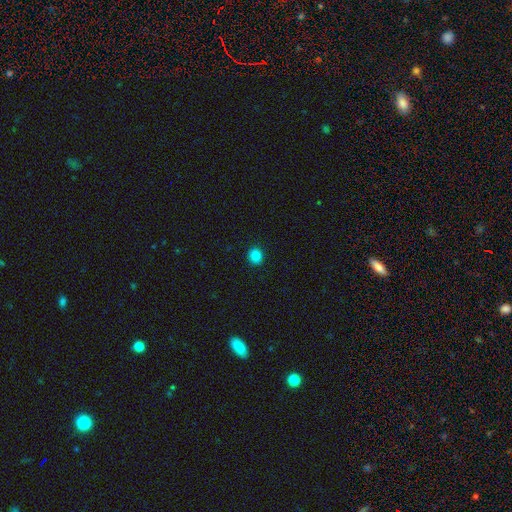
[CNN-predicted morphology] Smooth or featured? Predicted: smooth (p=0.85). How rounded? Predicted: round (p=0.81). Merging? Predicted: none (p=0.92).